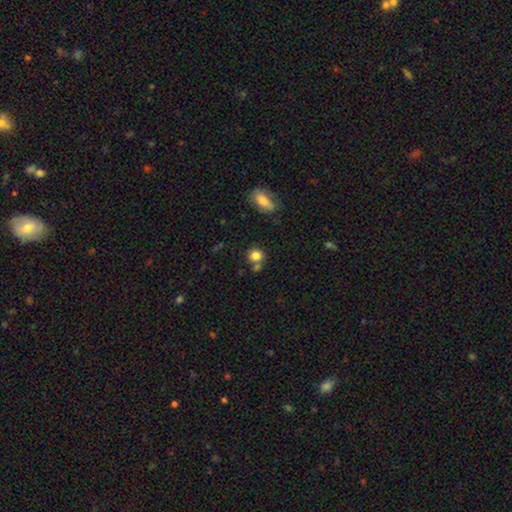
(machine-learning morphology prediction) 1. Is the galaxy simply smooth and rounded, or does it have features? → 82% smooth, 11% star or artifact, 7% featured or disk.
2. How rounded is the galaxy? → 81% round, 18% in between, 1% cigar-shaped.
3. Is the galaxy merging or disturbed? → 63% none, 22% merger, 11% minor disturbance, 4% major disturbance.